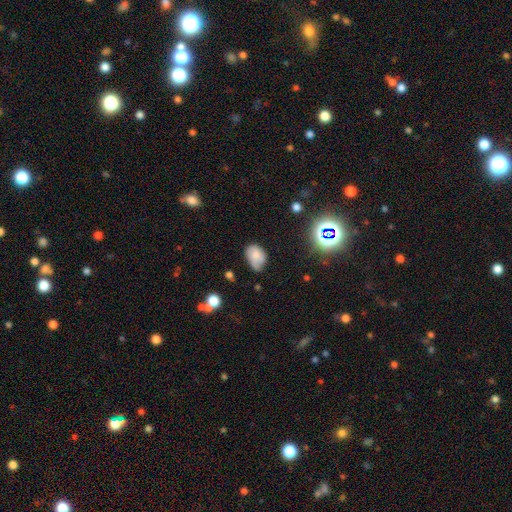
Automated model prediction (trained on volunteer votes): This appears to be a smooth galaxy with no disk features (72%) that is in between round and cigar-shaped (82%). Merging: none (42%, tied with minor disturbance).